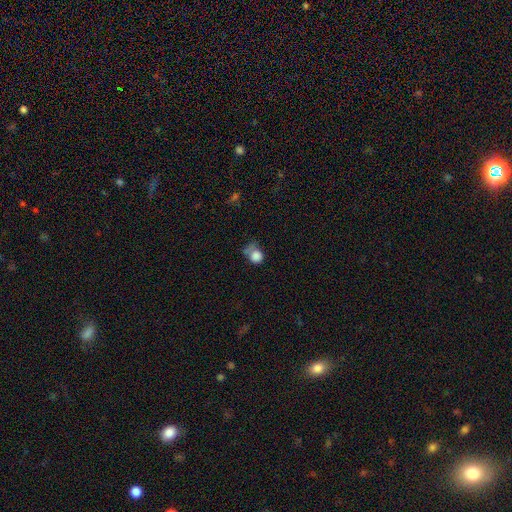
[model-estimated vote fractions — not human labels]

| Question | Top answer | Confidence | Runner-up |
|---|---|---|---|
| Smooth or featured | smooth | 80% | star or artifact (12%) |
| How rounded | round | 81% | in between (17%) |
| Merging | none | 42% | minor disturbance (24%) |